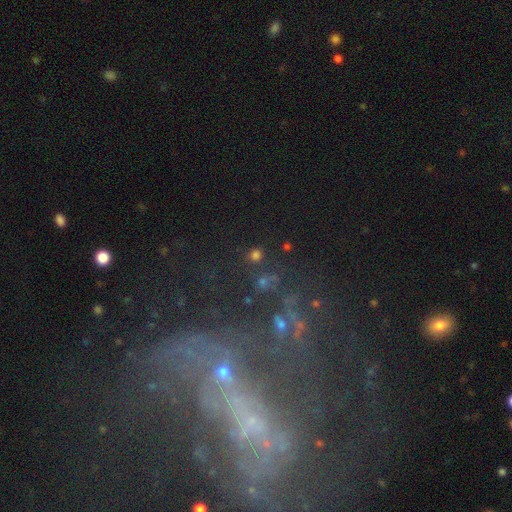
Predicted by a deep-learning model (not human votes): Morphology: type=smooth (54%); roundness=round (83%); merging=none (76%).